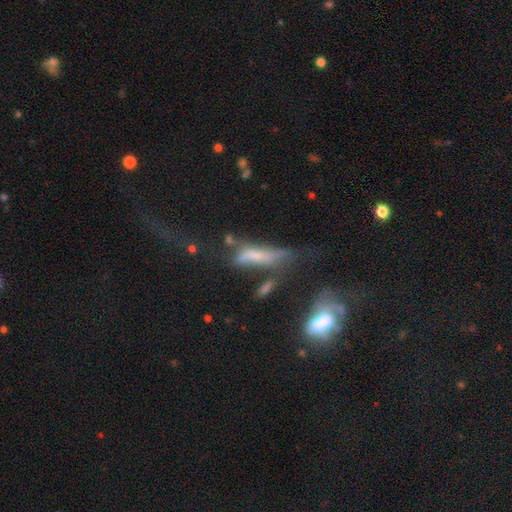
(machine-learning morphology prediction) Smooth or featured? smooth (45%)
Merging? major disturbance (29%)